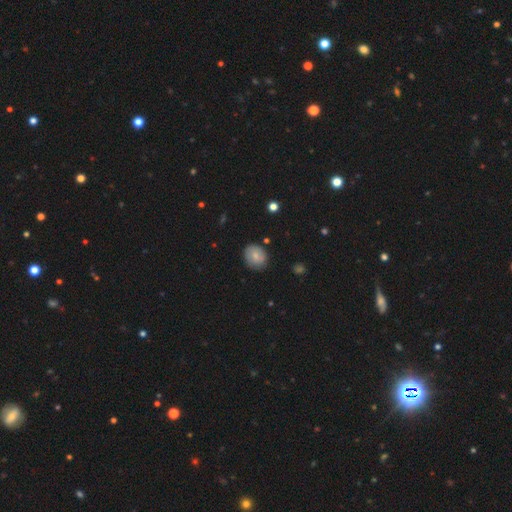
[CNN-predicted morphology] A smooth galaxy with no disk features (72%) that is round (66%). Merging: none (79%).